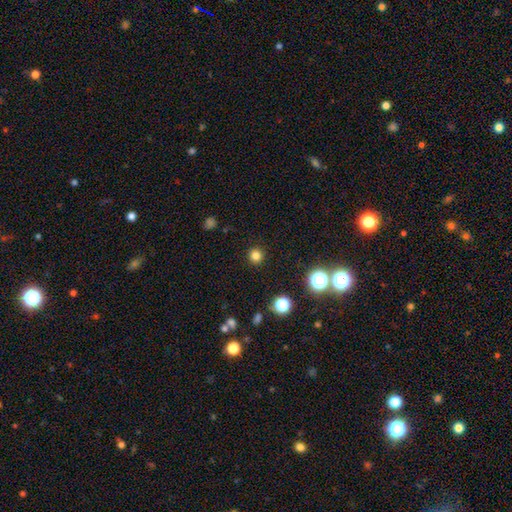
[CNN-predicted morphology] Smooth or featured? Predicted: smooth (p=0.80). How rounded? Predicted: round (p=0.95). Merging? Predicted: none (p=0.92).